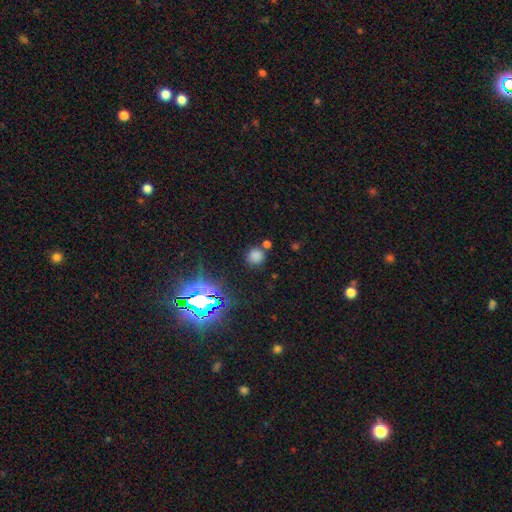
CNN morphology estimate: smooth_or_featured: smooth (p=0.70) [alt: star or artifact p=0.23]
how_rounded: round (p=0.89) [alt: in between p=0.09]
merging: none (p=0.74) [alt: merger p=0.12]